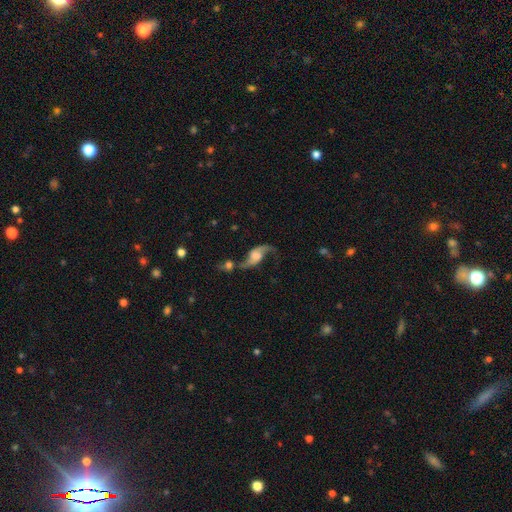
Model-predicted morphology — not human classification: This appears to be a featured or disk galaxy (81%) with no bar (55%), 2 (91%) loose (88%) spiral arms (95%) and a large central bulge (27%, tied with none). Merging: none (44%).